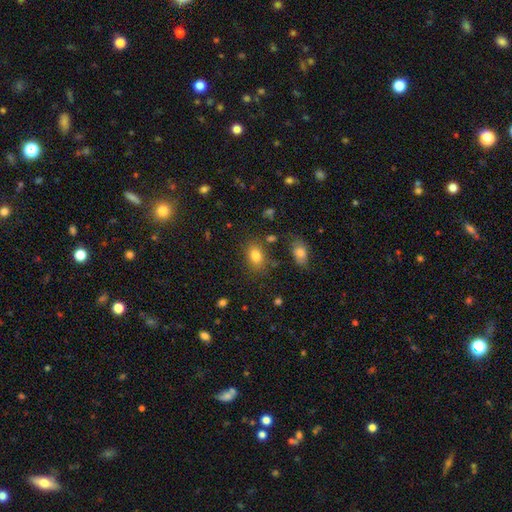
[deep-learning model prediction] Smooth or featured? Predicted: smooth (p=0.82). How rounded? Predicted: in between (p=0.78). Merging? Predicted: none (p=0.77).